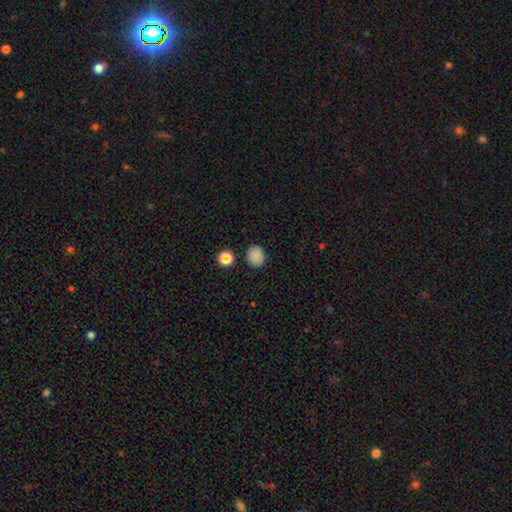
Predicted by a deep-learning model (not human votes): Smooth or featured? smooth (86%)
How rounded? round (80%)
Merging? none (87%)